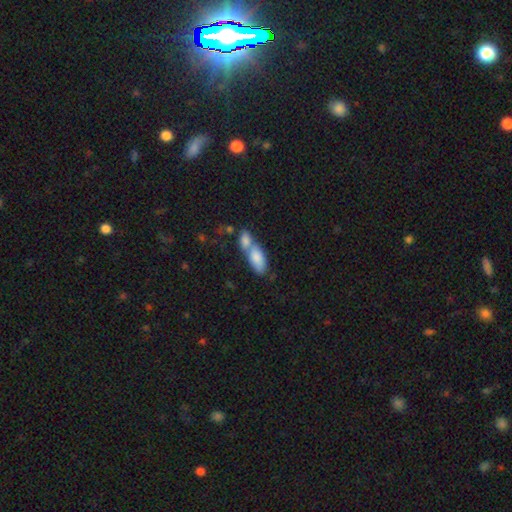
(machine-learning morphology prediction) Smooth or featured? Predicted: smooth (p=0.82). How rounded? Predicted: in between (p=0.86). Merging? Predicted: merger (p=0.63).